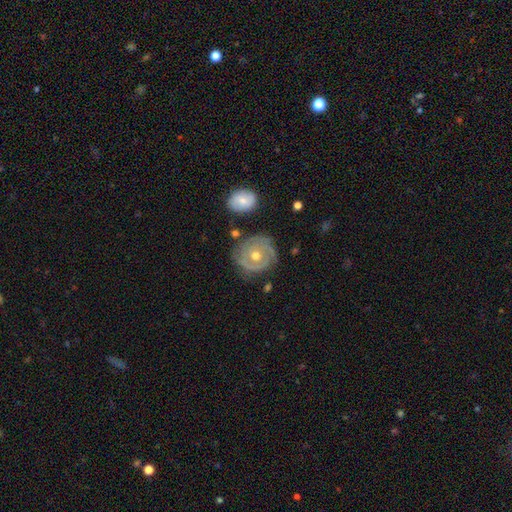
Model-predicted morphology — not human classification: A featured or disk galaxy (77%) with no bar (81%), 2 (39%) tight (72%) spiral arms (82%) and a moderate central bulge (71%).

Vote fractions:
- Smooth or featured? featured or disk: 77% / smooth: 16% / star or artifact: 7%
- Edge-on disk? no: 97% / yes: 3%
- Bar? no: 81% / weak: 15% / strong: 4%
- Spiral arms? yes: 82% / no: 18%
- Spiral winding? tight: 72% / medium: 22% / loose: 6%
- Spiral arm count? 2: 39% / can't tell: 29% / 3: 16% / 1: 7% / 4: 4% / more than 4: 4%
- Bulge size? moderate: 71% / small: 25% / large: 2% / none: 1% / dominant: 1%
- Merging? none: 74% / minor disturbance: 17% / major disturbance: 6% / merger: 3%